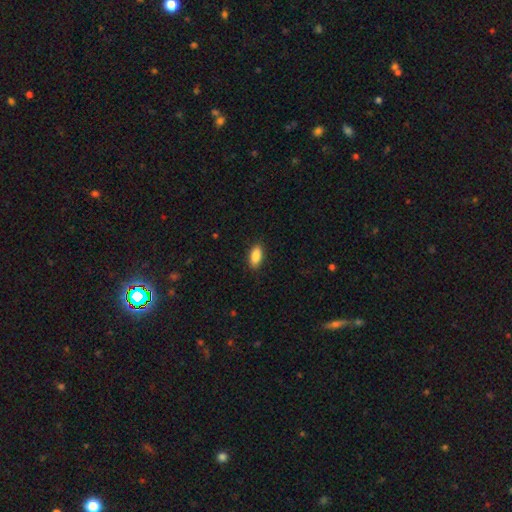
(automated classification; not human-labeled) Smooth or featured? smooth (88%)
How rounded? in between (90%)
Merging? none (89%)